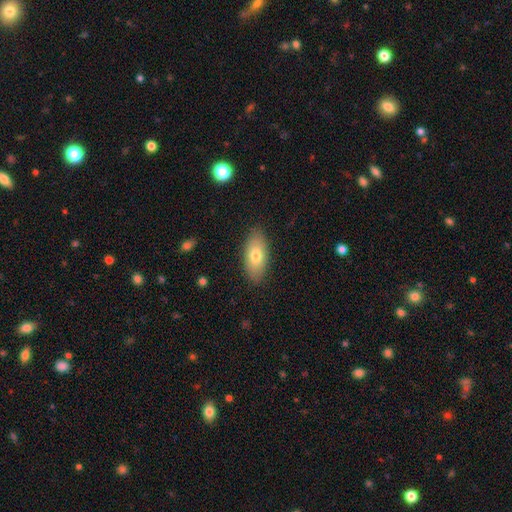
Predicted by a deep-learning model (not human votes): smooth 73%, featured or disk 20%, star or artifact 7%. Down the decision tree: how rounded — in between (86%); merging — none (87%).